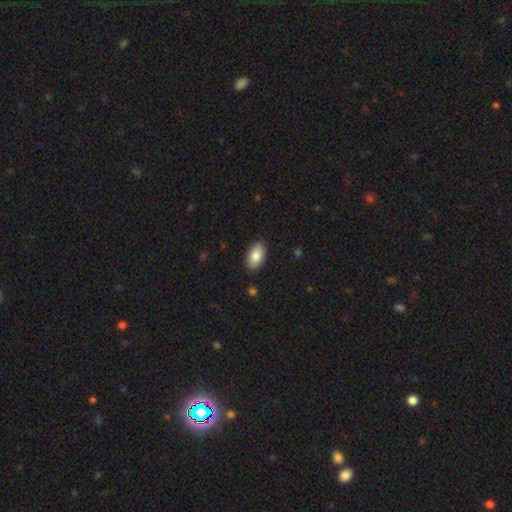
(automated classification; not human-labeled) A smooth galaxy with no disk features (85%) that is in between round and cigar-shaped (94%). Merging: none (88%).